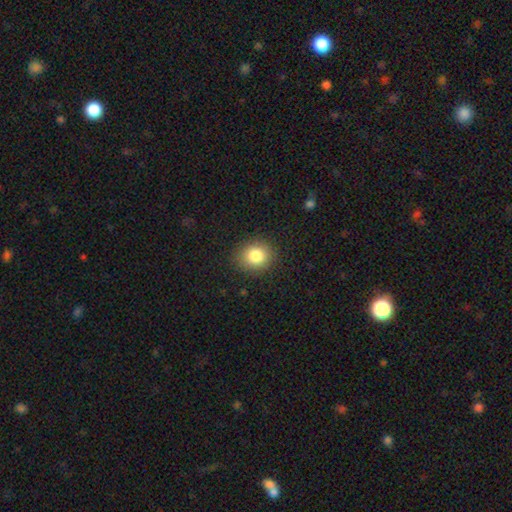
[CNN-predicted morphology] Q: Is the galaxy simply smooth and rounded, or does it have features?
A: smooth — 84%.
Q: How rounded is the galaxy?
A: round — 76%.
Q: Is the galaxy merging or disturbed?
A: none — 88%.